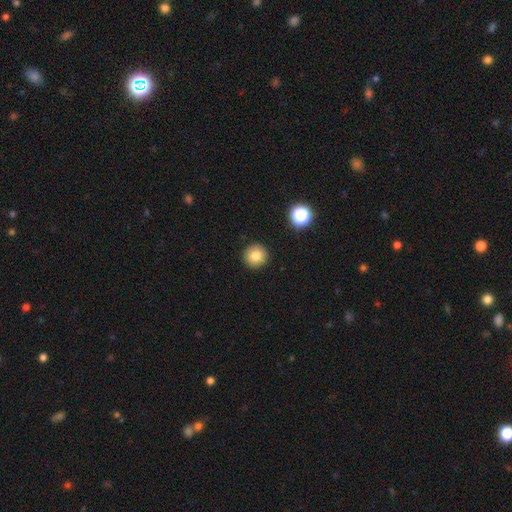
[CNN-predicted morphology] Q: Smooth or featured?
A: smooth (80%); runner-up: star or artifact (12%)
Q: How rounded?
A: round (95%); runner-up: in between (4%)
Q: Merging?
A: none (92%); runner-up: minor disturbance (5%)